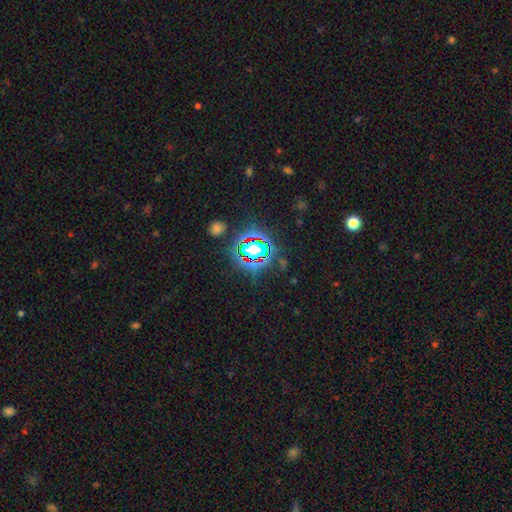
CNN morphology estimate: type=star or artifact (74%).